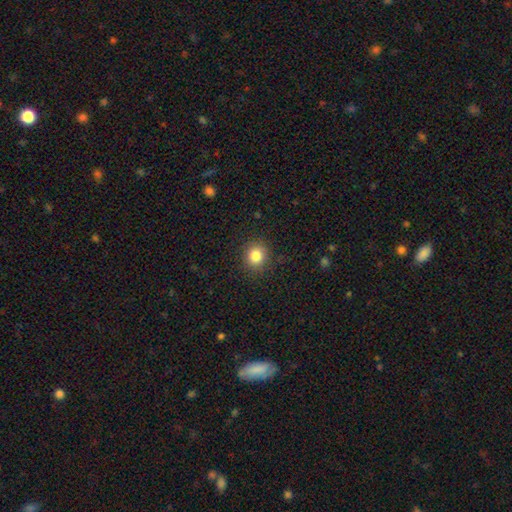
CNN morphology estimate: Overall: smooth (84%). How rounded: round (82%). Merging: none (88%).